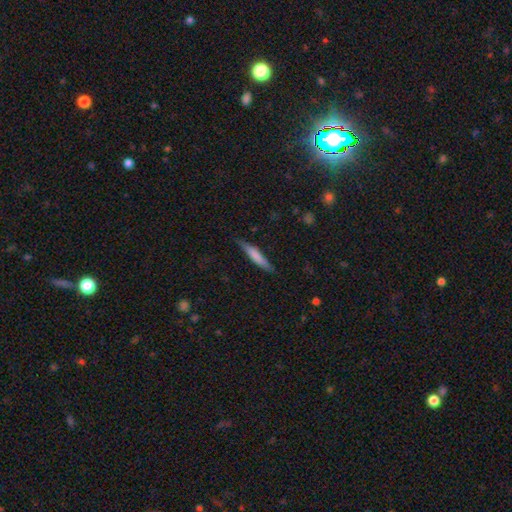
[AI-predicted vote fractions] Q: Smooth or featured?
A: smooth (68%); runner-up: featured or disk (26%)
Q: How rounded?
A: cigar-shaped (89%); runner-up: in between (9%)
Q: Merging?
A: none (83%); runner-up: minor disturbance (14%)